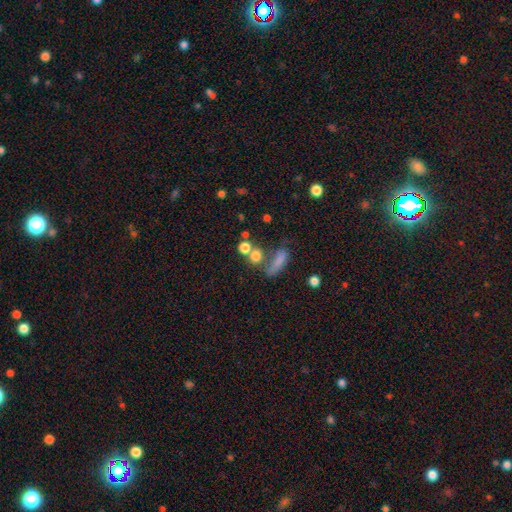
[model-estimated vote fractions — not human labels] smooth-or-featured: smooth: 74% | star or artifact: 16% | featured or disk: 11%
  how-rounded: round: 72% | in between: 21% | cigar-shaped: 7%
  merging: none: 49% | merger: 33% | minor disturbance: 10% | major disturbance: 8%